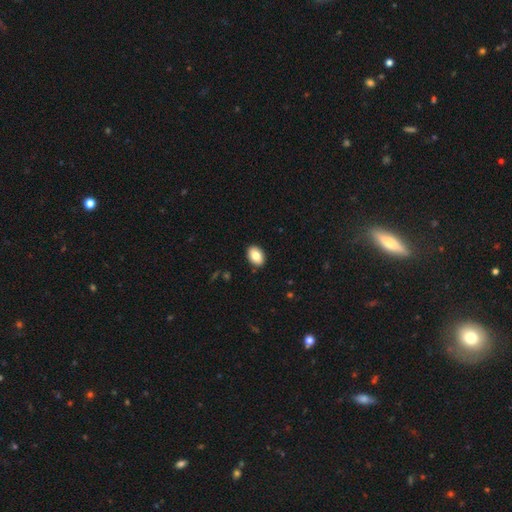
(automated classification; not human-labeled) Morphology: type=smooth (83%); roundness=in between (87%); merging=none (91%).